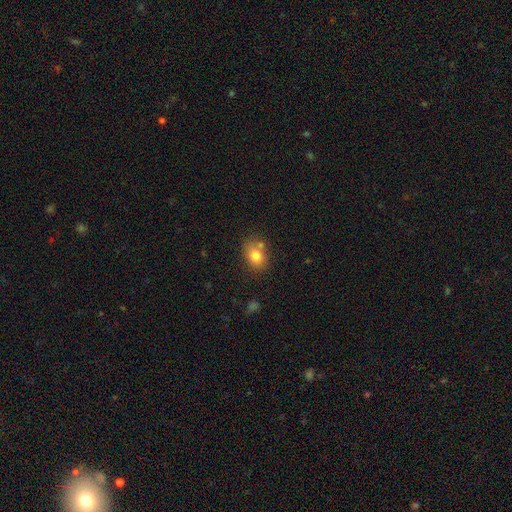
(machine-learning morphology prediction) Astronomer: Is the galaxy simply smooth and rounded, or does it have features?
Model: smooth — 79%.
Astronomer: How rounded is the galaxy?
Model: in between — 61% (runner-up: round, 38%).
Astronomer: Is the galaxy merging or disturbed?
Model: none — 64%.